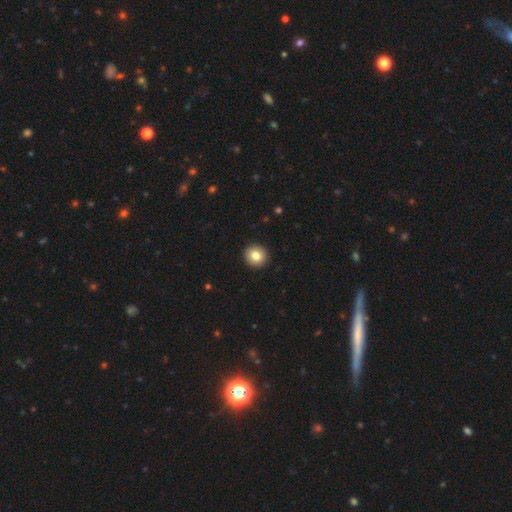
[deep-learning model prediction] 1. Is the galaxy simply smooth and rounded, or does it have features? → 84% smooth, 9% star or artifact, 8% featured or disk.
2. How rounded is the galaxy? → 92% round, 7% in between, 1% cigar-shaped.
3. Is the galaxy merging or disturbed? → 93% none, 5% minor disturbance, 1% major disturbance, 1% merger.